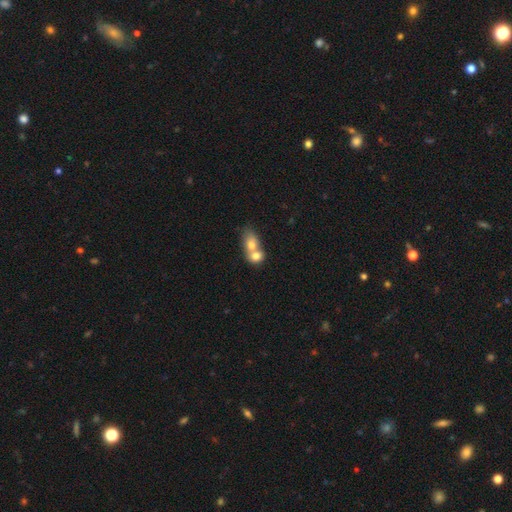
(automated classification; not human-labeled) smooth_or_featured: smooth (p=0.73) [alt: featured or disk p=0.19]
how_rounded: in between (p=0.55) [alt: round p=0.43]
merging: merger (p=0.76) [alt: none p=0.16]